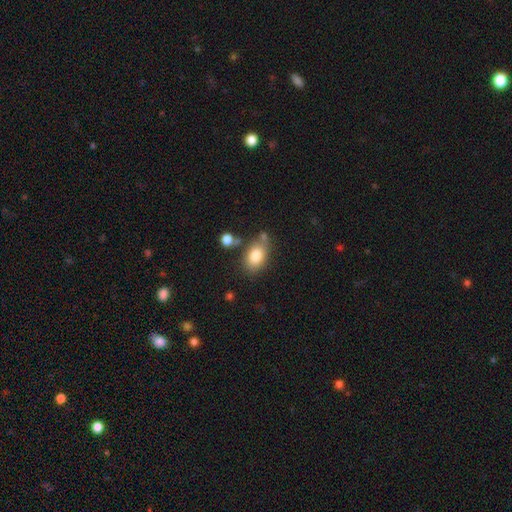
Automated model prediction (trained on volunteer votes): smooth 82%, featured or disk 10%, star or artifact 8%. Down the decision tree: how rounded — in between (84%); merging — none (66%).